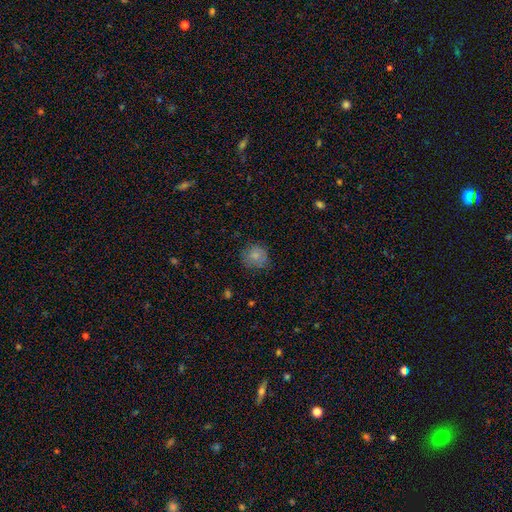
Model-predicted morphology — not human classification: smooth 81%, star or artifact 10%, featured or disk 9%. Down the decision tree: how rounded — round (86%); merging — none (75%).